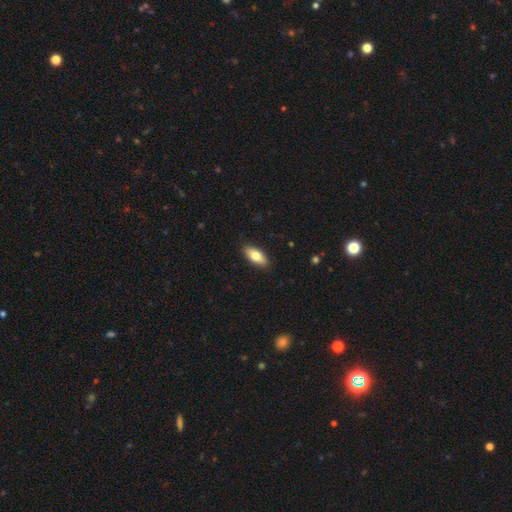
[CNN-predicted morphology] smooth 77%, featured or disk 16%, star or artifact 6%. Down the decision tree: how rounded — in between (85%); merging — none (89%).